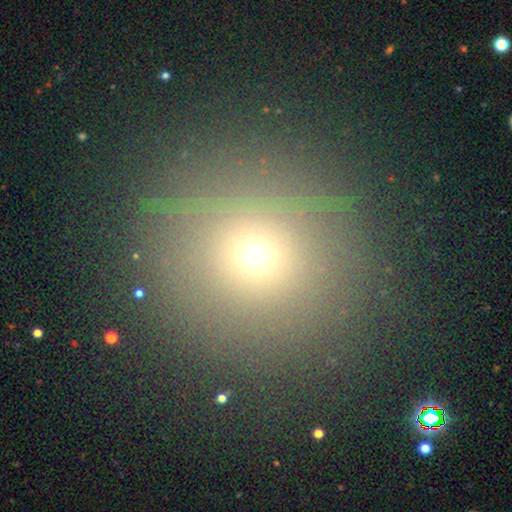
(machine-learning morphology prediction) smooth-or-featured: smooth: 66% | star or artifact: 24% | featured or disk: 10%
  how-rounded: round: 80% | in between: 18% | cigar-shaped: 2%
  merging: none: 76% | minor disturbance: 10% | merger: 7% | major disturbance: 6%